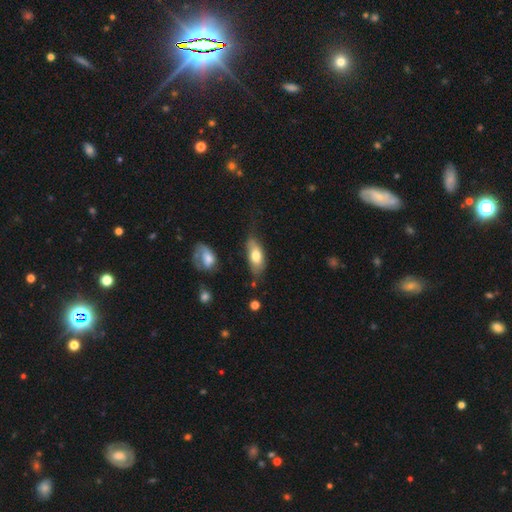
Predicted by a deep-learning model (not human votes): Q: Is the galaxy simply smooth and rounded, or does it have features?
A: smooth — 72%.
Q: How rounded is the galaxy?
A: in between — 84%.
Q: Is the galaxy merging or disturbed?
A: none — 56%.